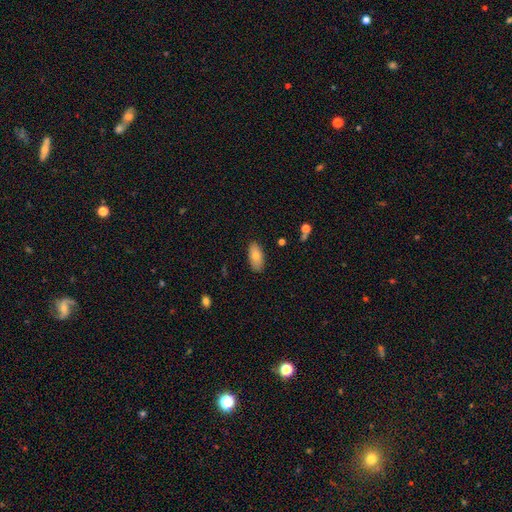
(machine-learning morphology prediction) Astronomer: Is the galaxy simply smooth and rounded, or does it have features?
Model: smooth — 79%.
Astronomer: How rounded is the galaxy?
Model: in between — 91%.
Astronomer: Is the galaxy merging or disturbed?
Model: none — 86%.